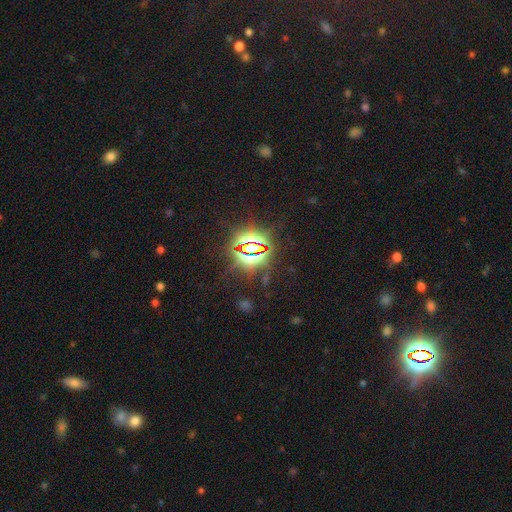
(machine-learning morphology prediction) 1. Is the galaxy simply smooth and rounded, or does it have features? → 83% star or artifact, 9% smooth, 8% featured or disk.